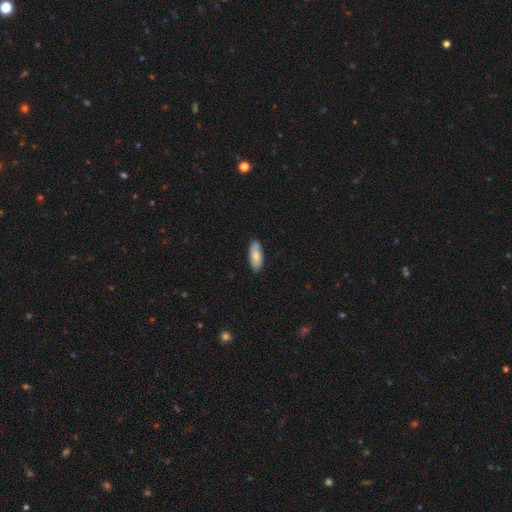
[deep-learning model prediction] This is likely a smooth galaxy (74%). How rounded: clearly in between (80%). Merging: clearly none (84%).